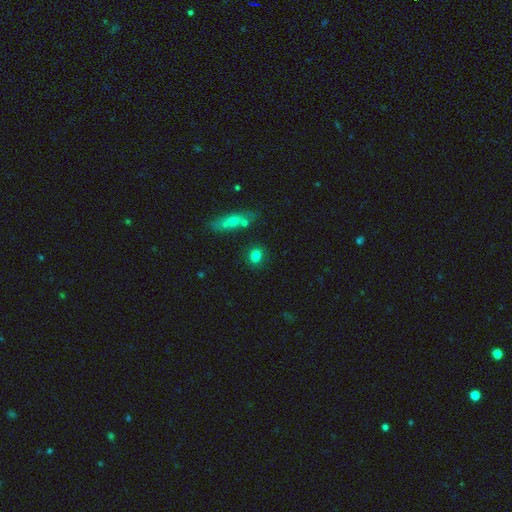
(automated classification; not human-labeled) A smooth galaxy with no disk features (81%) that is round (52%). Merging: none (79%).